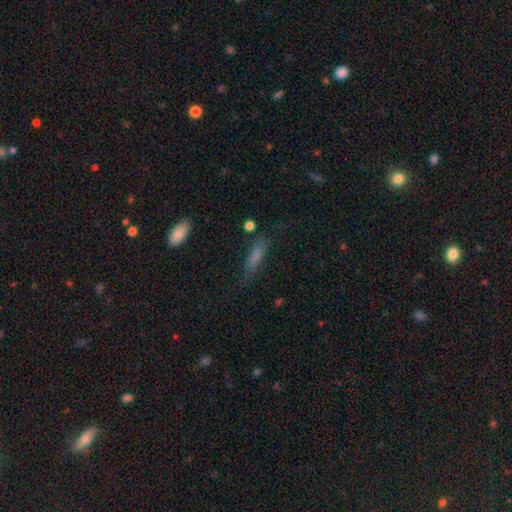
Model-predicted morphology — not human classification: smooth-or-featured: smooth: 71% | featured or disk: 19% | star or artifact: 11%
  how-rounded: cigar-shaped: 72% | in between: 26% | round: 2%
  merging: none: 66% | minor disturbance: 21% | major disturbance: 9% | merger: 3%